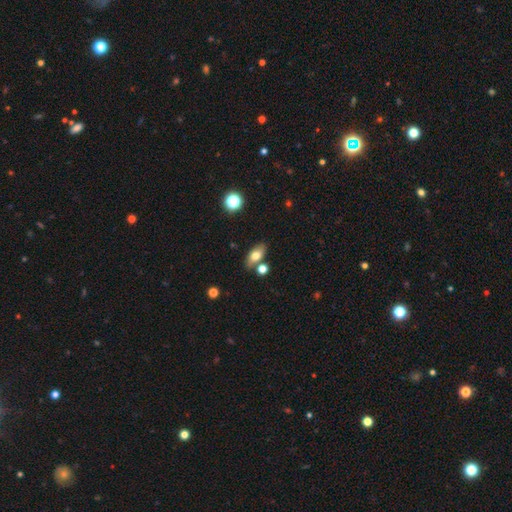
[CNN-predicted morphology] smooth 71%, featured or disk 20%, star or artifact 9%. Down the decision tree: how rounded — in between (83%); merging — none (75%).